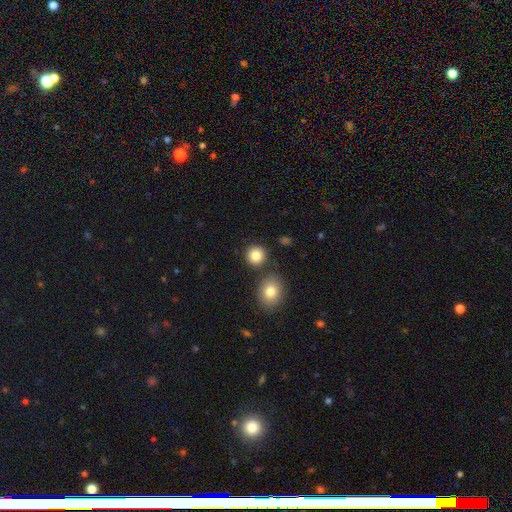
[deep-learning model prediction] Smooth or featured?
  - smooth: 84% *
  - star or artifact: 10%
  - featured or disk: 6%
How rounded?
  - round: 89% *
  - in between: 10%
  - cigar-shaped: 1%
Merging?
  - none: 82% *
  - merger: 8%
  - minor disturbance: 8%
  - major disturbance: 3%